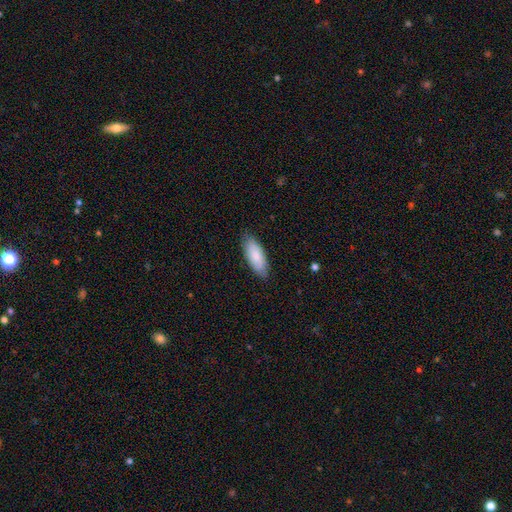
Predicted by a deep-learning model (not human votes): Overall: smooth (83%). How rounded: in between (79%). Merging: none (83%).